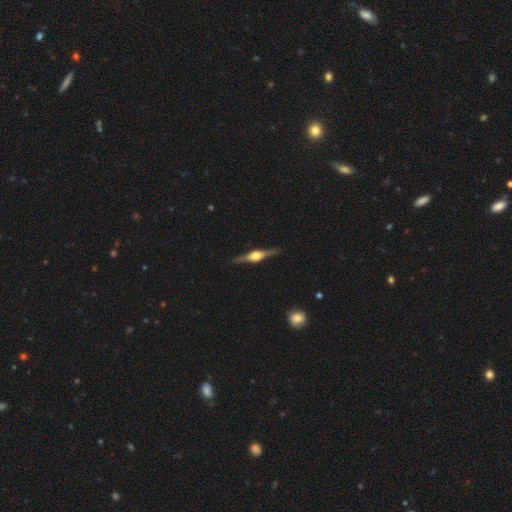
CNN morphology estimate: Smooth or featured? featured or disk (85%)
Edge-on disk? yes (98%)
Edge-on bulge? rounded (90%)
Merging? none (90%)